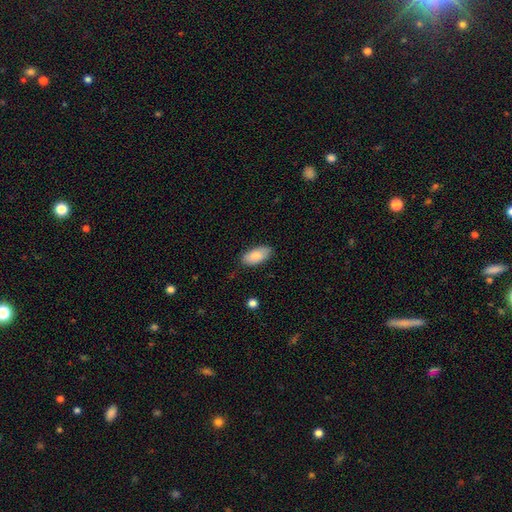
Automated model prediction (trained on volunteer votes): Morphology: type=smooth (82%); roundness=in between (93%); merging=none (82%).